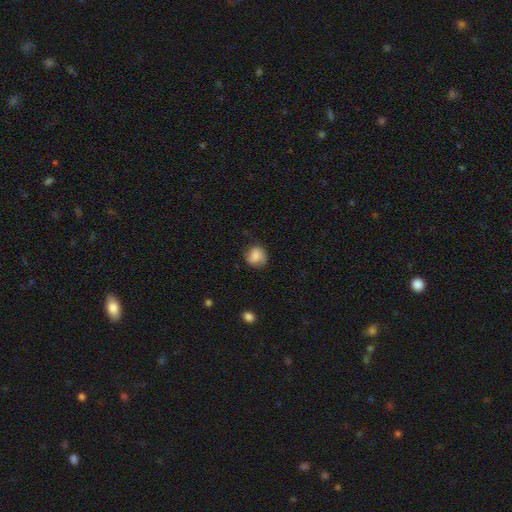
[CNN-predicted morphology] smooth_or_featured: smooth (p=0.77) [alt: featured or disk p=0.15]
how_rounded: round (p=0.81) [alt: in between p=0.18]
merging: none (p=0.71) [alt: minor disturbance p=0.22]